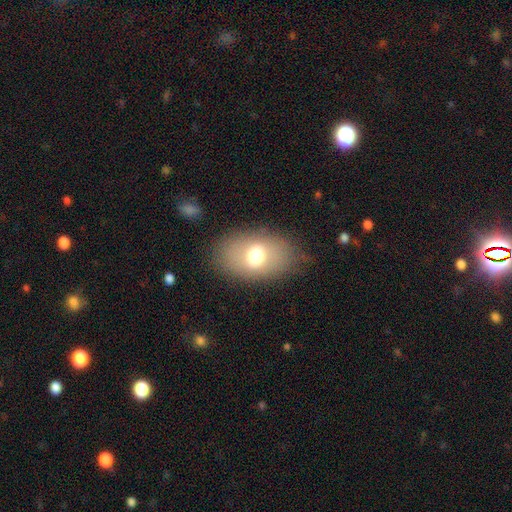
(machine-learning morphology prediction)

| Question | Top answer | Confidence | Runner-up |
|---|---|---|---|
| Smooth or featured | smooth | 67% | featured or disk (24%) |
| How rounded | in between | 85% | round (14%) |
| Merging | none | 79% | minor disturbance (13%) |